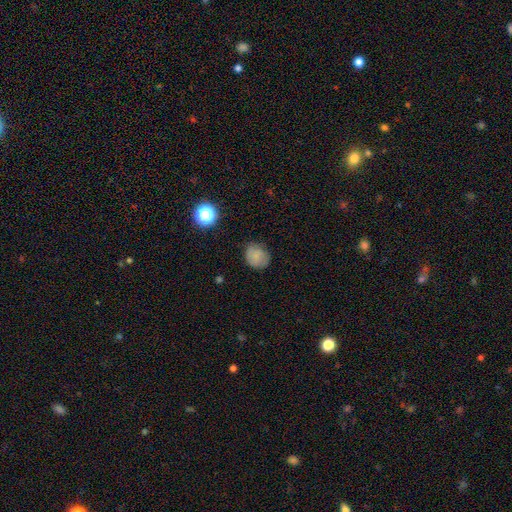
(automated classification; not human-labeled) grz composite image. It shows a smooth galaxy with no disk features (73%) that is round (69%). Merging: none (75%).